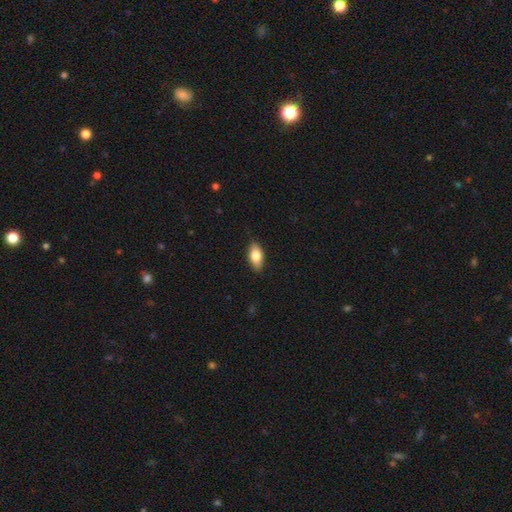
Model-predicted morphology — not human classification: This appears to be a smooth galaxy with no disk features (79%) that is in between round and cigar-shaped (89%). Merging: none (84%).